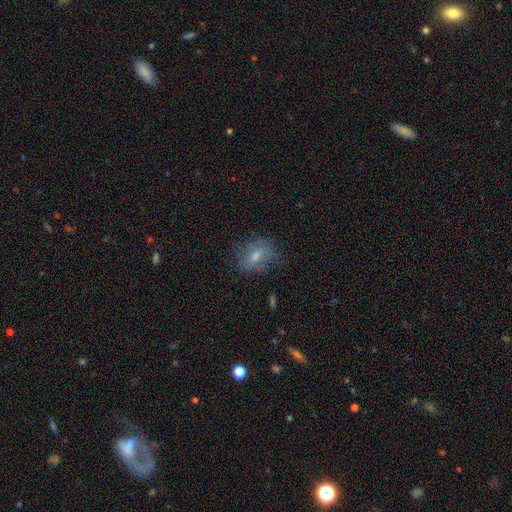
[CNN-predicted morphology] smooth-or-featured: smooth: 53% | featured or disk: 32% | star or artifact: 15%
  how-rounded: in between: 59% | round: 39% | cigar-shaped: 2%
  merging: none: 65% | minor disturbance: 23% | major disturbance: 10% | merger: 1%